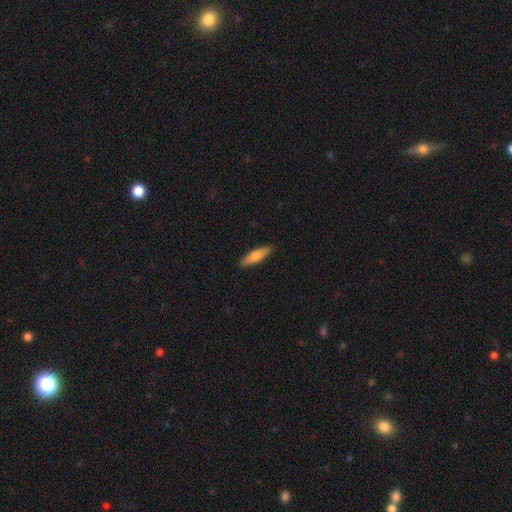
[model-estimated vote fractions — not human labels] Smooth or featured? smooth (69%)
How rounded? cigar-shaped (68%)
Merging? none (90%)